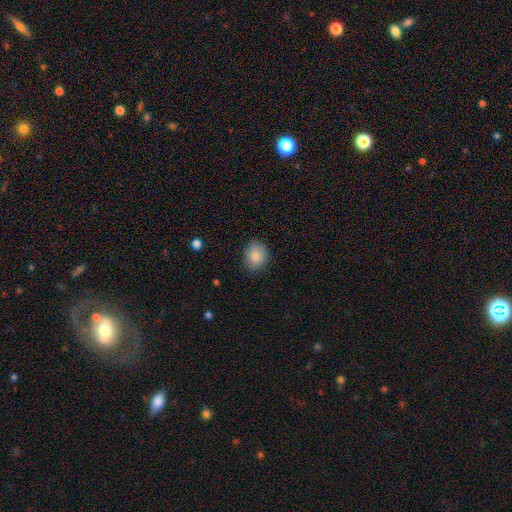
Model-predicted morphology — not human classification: smooth-or-featured: smooth: 87% | star or artifact: 8% | featured or disk: 6%
  how-rounded: in between: 55% | round: 44% | cigar-shaped: 1%
  merging: none: 84% | minor disturbance: 12% | major disturbance: 3% | merger: 1%